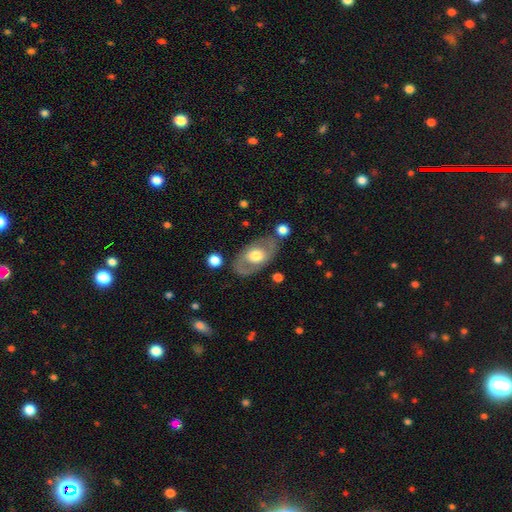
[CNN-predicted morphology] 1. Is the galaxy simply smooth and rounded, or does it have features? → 54% featured or disk, 40% smooth, 5% star or artifact.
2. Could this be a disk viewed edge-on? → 89% no, 11% yes.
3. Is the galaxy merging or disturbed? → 74% none, 15% minor disturbance, 6% major disturbance, 4% merger.